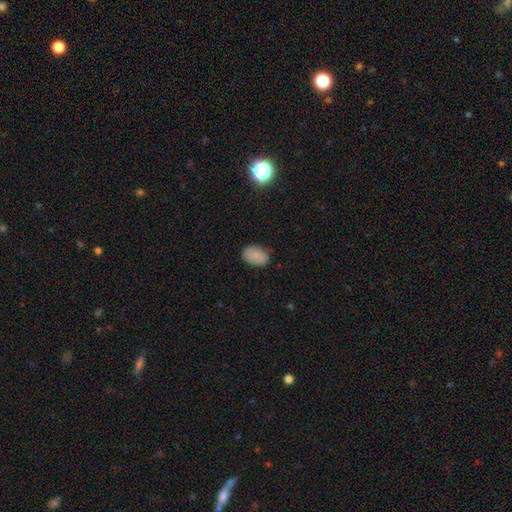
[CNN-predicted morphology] smooth-or-featured: smooth: 87% | star or artifact: 8% | featured or disk: 5%
  how-rounded: in between: 87% | round: 12% | cigar-shaped: 1%
  merging: none: 84% | minor disturbance: 12% | major disturbance: 3% | merger: 1%